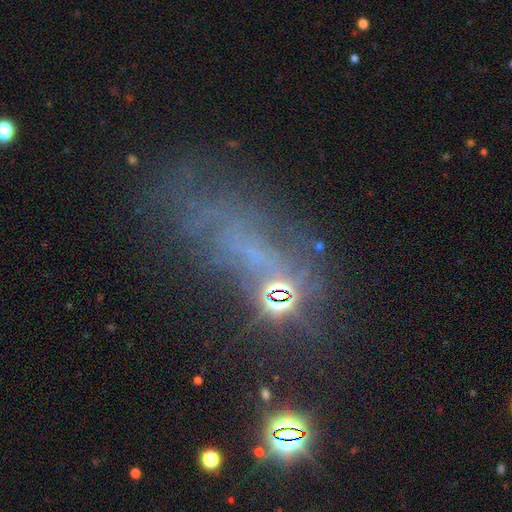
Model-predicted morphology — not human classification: featured or disk 40%, star or artifact 34%, smooth 26%. Down the decision tree: merging — none (36%).